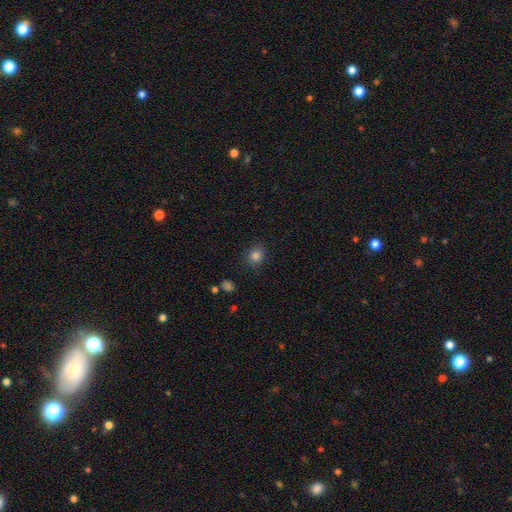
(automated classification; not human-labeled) smooth 83%, star or artifact 12%, featured or disk 5%. Down the decision tree: how rounded — round (75%); merging — none (86%).